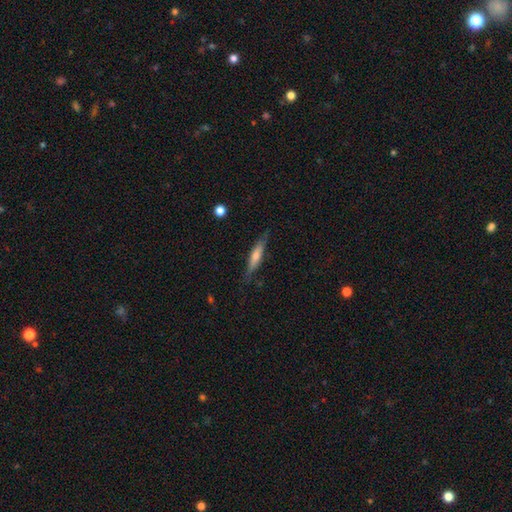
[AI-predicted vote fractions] Morphology: type=featured or disk (56%); edge-on=yes (93%); edge-on bulge=rounded (66%); merging=none (83%).